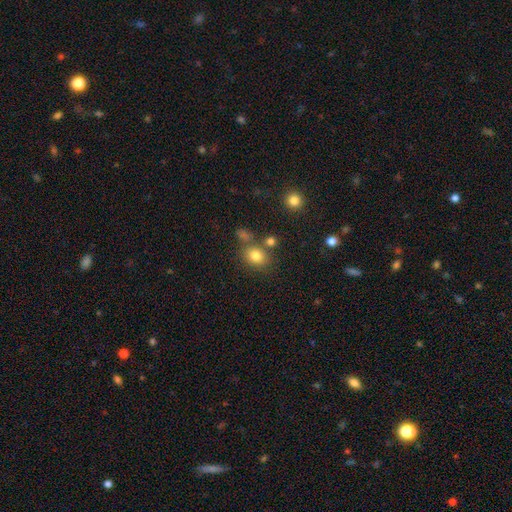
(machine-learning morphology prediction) Q: Smooth or featured?
A: smooth (79%); runner-up: star or artifact (13%)
Q: How rounded?
A: round (51%); runner-up: in between (48%)
Q: Merging?
A: none (67%); runner-up: merger (15%)